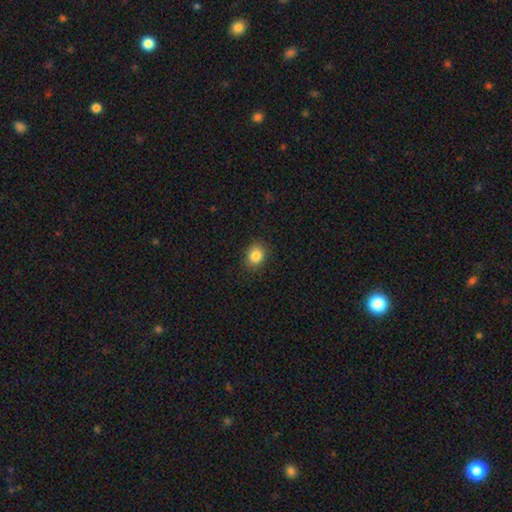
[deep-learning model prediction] A smooth galaxy with no disk features (85%) that is round (59%).

Vote fractions:
- Smooth or featured? smooth: 85% / star or artifact: 10% / featured or disk: 5%
- How rounded? round: 59% / in between: 40% / cigar-shaped: 1%
- Merging? none: 89% / minor disturbance: 8% / major disturbance: 2% / merger: 1%